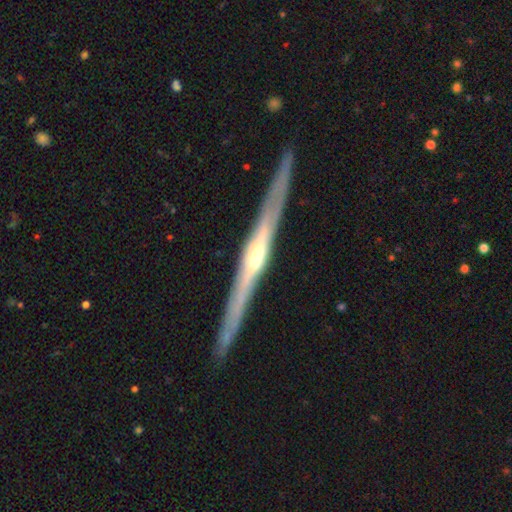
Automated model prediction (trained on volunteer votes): A featured or disk galaxy (80%) viewed edge-on (96%) with a rounded central bulge (73%). Merging: none (86%).